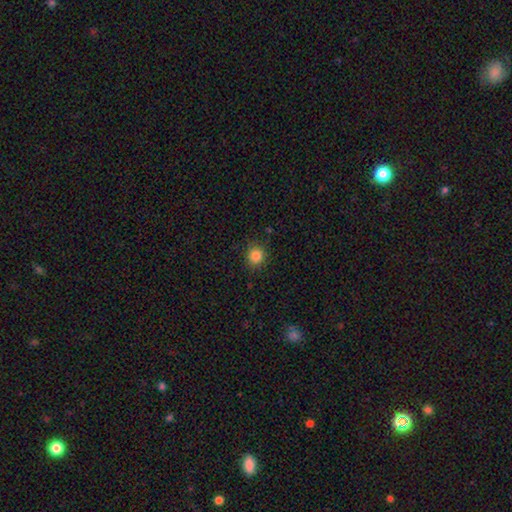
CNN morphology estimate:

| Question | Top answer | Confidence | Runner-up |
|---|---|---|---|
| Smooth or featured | smooth | 84% | star or artifact (11%) |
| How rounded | round | 87% | in between (12%) |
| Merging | none | 87% | minor disturbance (9%) |